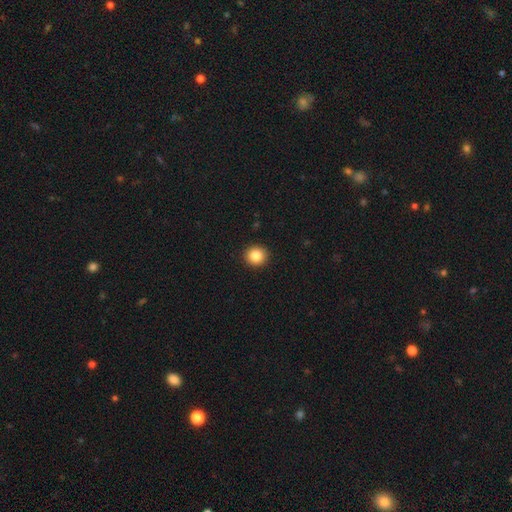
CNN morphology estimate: A smooth galaxy with no disk features (84%) that is round (90%). Merging: none (93%).